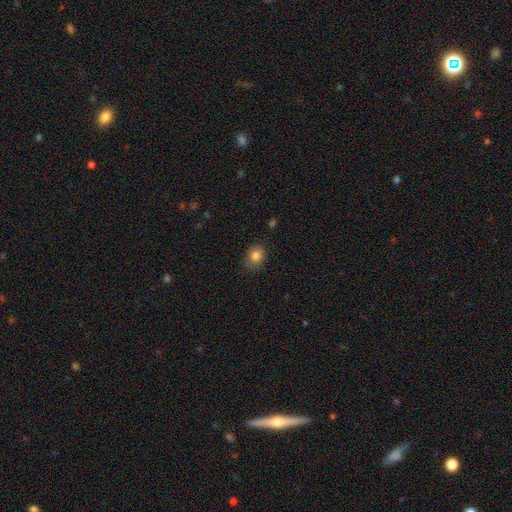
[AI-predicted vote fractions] smooth-or-featured: smooth: 83% | star or artifact: 10% | featured or disk: 7%
  how-rounded: in between: 55% | round: 44% | cigar-shaped: 1%
  merging: none: 78% | minor disturbance: 17% | major disturbance: 4% | merger: 1%